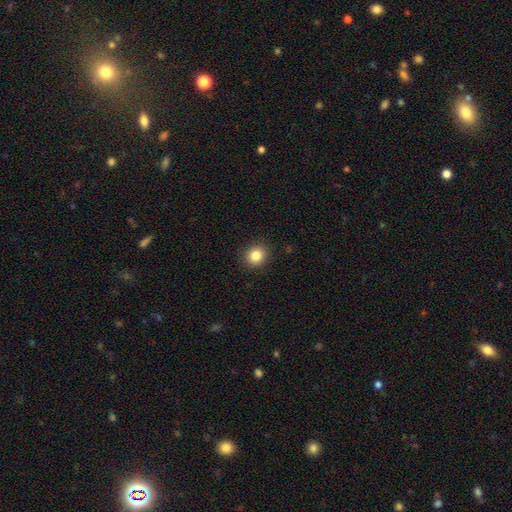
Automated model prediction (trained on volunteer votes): This is clearly a smooth galaxy (85%). How rounded: clearly round (85%). Merging: clearly none (91%).